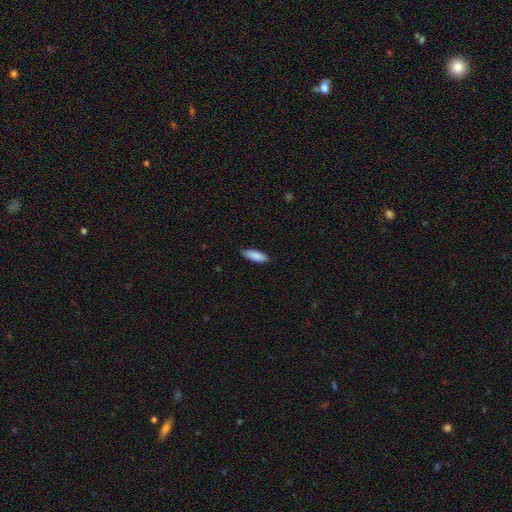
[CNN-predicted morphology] A smooth galaxy with no disk features (88%) that is in between round and cigar-shaped (62%). Merging: none (87%).